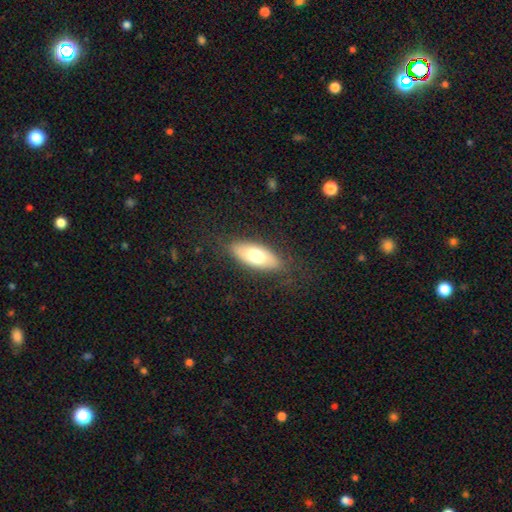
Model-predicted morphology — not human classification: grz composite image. It shows a smooth galaxy with no disk features (66%) that is in between round and cigar-shaped (83%). Merging: none (81%).